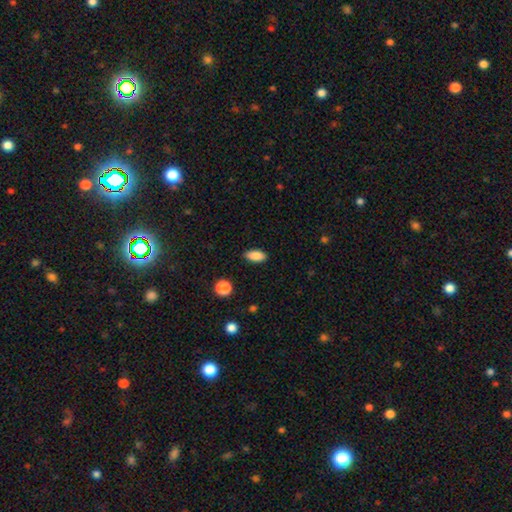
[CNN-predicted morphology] A smooth galaxy with no disk features (87%) that is in between round and cigar-shaped (89%). Merging: none (87%).